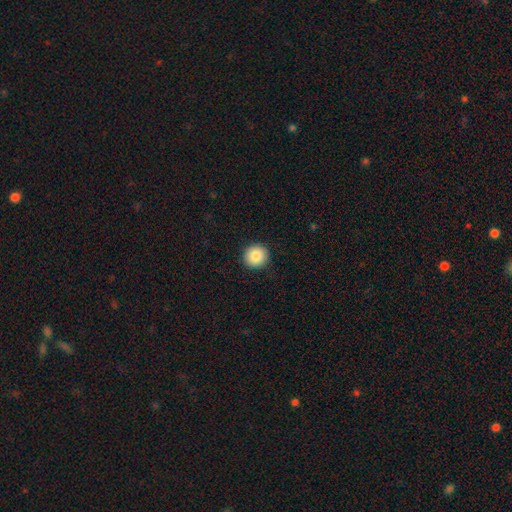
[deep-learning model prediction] Smooth or featured?
  - smooth: 87% *
  - star or artifact: 8%
  - featured or disk: 5%
How rounded?
  - round: 93% *
  - in between: 6%
  - cigar-shaped: 1%
Merging?
  - none: 92% *
  - minor disturbance: 6%
  - major disturbance: 2%
  - merger: 1%